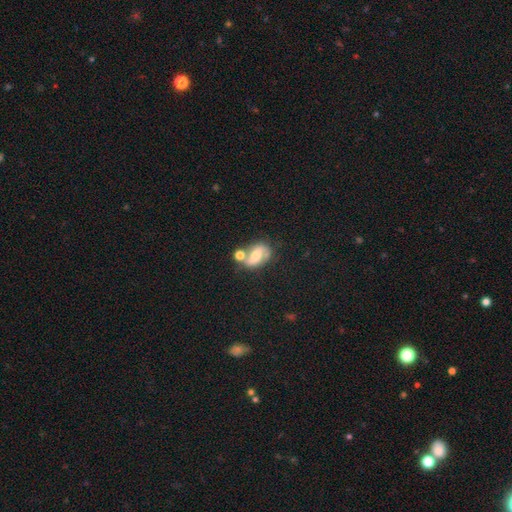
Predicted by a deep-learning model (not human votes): This is possibly a featured or disk galaxy (51%). It is clearly not viewed edge-on (95%). Merging: marginally none (41%).